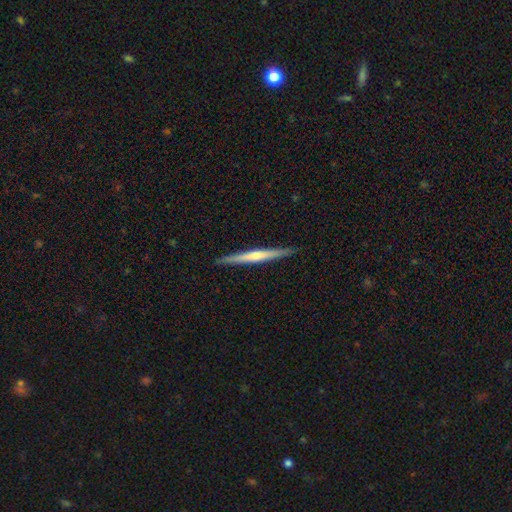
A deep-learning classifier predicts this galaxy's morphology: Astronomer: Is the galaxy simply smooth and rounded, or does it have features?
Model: featured or disk — 67%.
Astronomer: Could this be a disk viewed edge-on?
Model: yes — 98%.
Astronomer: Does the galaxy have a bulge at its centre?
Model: rounded — 69%.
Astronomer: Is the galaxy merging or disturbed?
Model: none — 92%.